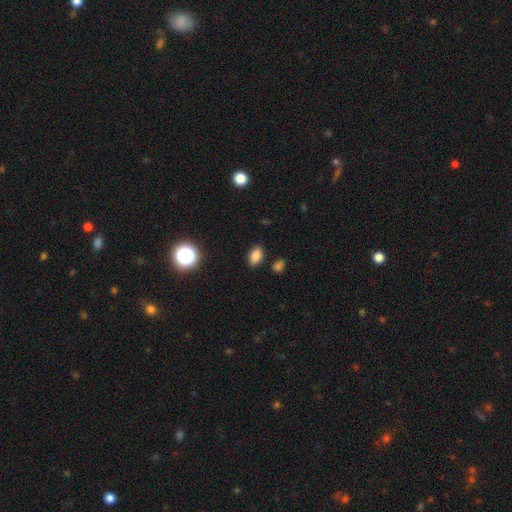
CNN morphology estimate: smooth-or-featured: smooth: 82% | star or artifact: 13% | featured or disk: 5%
  how-rounded: in between: 87% | round: 11% | cigar-shaped: 2%
  merging: none: 86% | minor disturbance: 9% | major disturbance: 2% | merger: 2%